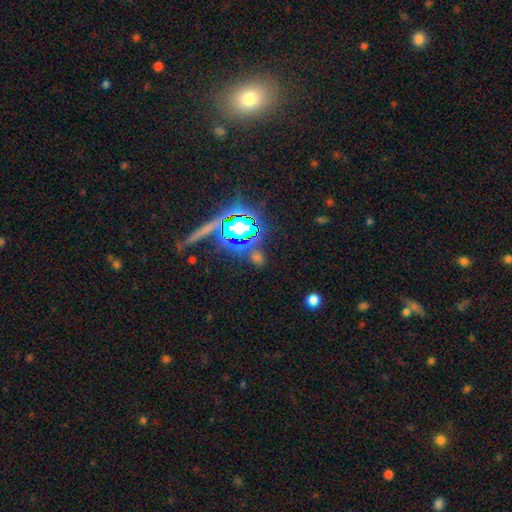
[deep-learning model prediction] Q: Smooth or featured?
A: star or artifact (58%); runner-up: smooth (29%)